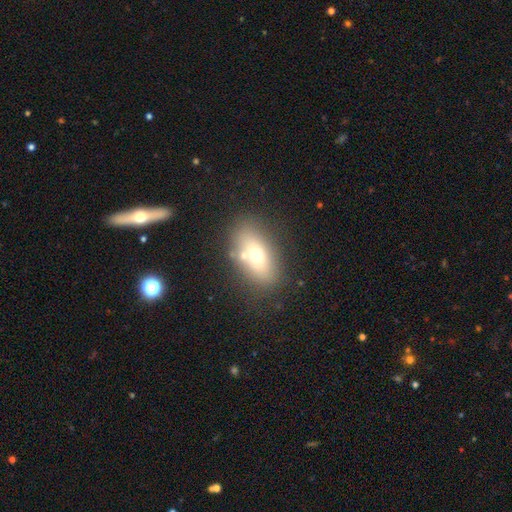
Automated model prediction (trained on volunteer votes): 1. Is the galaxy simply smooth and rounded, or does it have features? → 64% smooth, 23% featured or disk, 13% star or artifact.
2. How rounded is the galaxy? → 81% in between, 15% round, 4% cigar-shaped.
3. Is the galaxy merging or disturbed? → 69% none, 13% minor disturbance, 12% merger, 6% major disturbance.